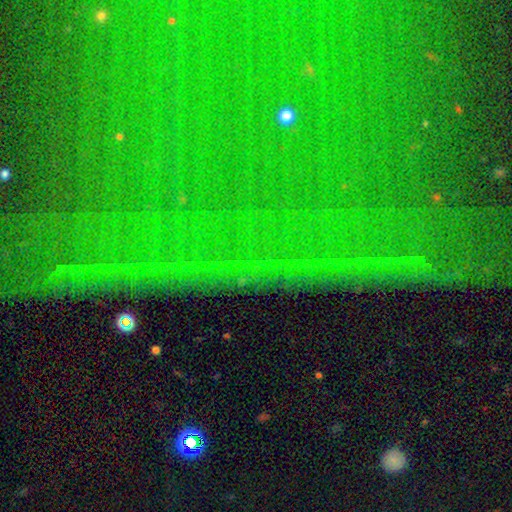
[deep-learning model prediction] This is clearly a star or artifact rather than a galaxy (84%).